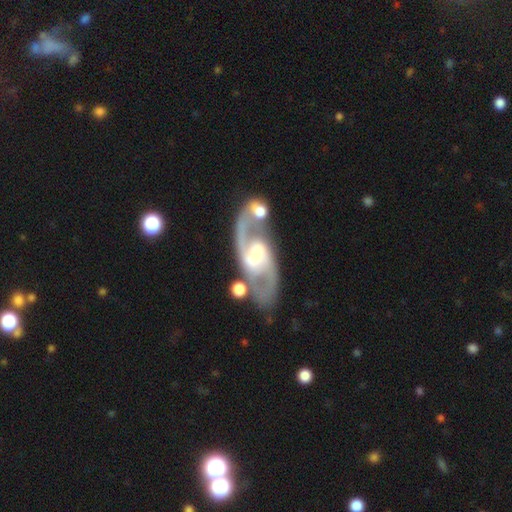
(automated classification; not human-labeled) Smooth or featured?
  - featured or disk: 87% *
  - smooth: 8%
  - star or artifact: 5%
Edge-on disk?
  - no: 95% *
  - yes: 5%
Bar?
  - weak: 43% *
  - no: 35%
  - strong: 22%
Spiral arms?
  - yes: 95% *
  - no: 5%
Spiral winding?
  - medium: 52% *
  - loose: 32%
  - tight: 16%
Spiral arm count?
  - 2: 90% *
  - can't tell: 3%
  - 1: 3%
  - 3: 2%
  - 4: 1%
  - more than 4: 1%
Bulge size?
  - moderate: 52% *
  - small: 24%
  - large: 18%
  - none: 3%
  - dominant: 2%
Merging?
  - none: 44% *
  - merger: 34%
  - minor disturbance: 13%
  - major disturbance: 9%